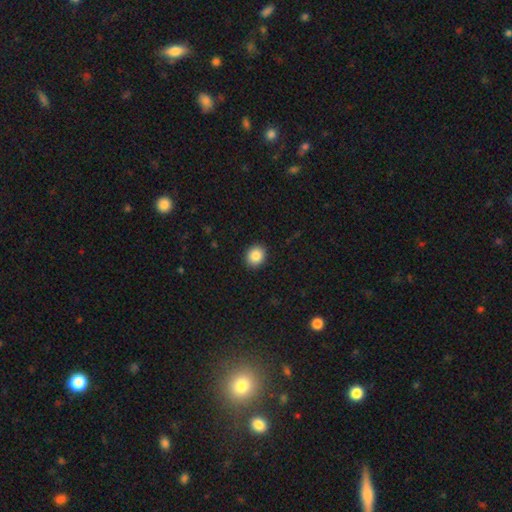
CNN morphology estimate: Q: Smooth or featured?
A: smooth (87%); runner-up: star or artifact (9%)
Q: How rounded?
A: round (69%); runner-up: in between (30%)
Q: Merging?
A: none (91%); runner-up: minor disturbance (6%)